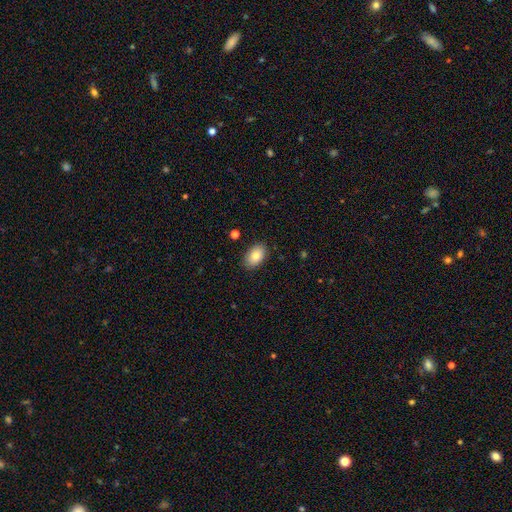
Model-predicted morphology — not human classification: Smooth or featured? smooth (82%)
How rounded? in between (89%)
Merging? none (88%)